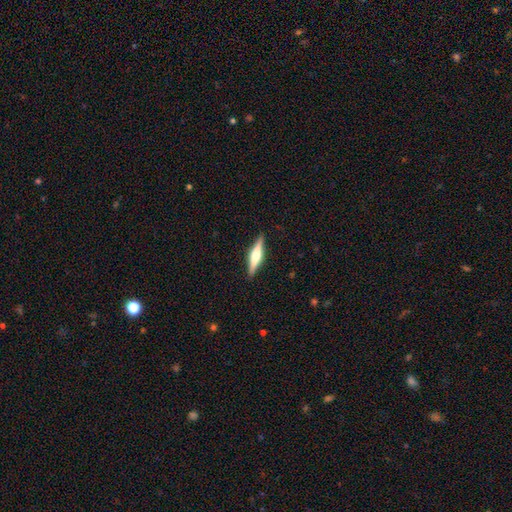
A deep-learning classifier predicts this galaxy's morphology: A featured or disk galaxy (64%) viewed edge-on (97%) with a rounded central bulge (84%). Merging: none (90%).